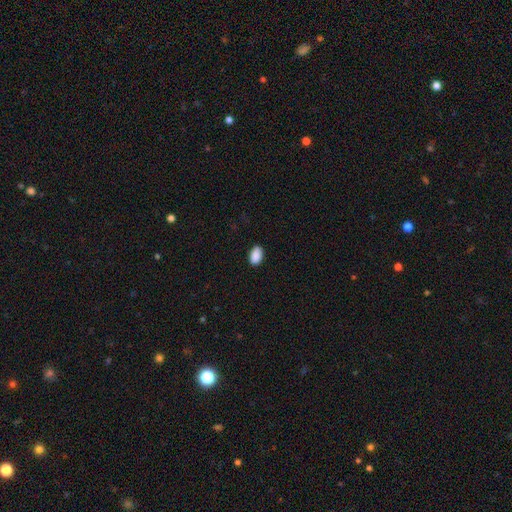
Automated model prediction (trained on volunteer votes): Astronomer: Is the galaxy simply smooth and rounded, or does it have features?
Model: smooth — 90%.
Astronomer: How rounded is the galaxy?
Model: in between — 92%.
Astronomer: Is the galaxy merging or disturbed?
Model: none — 87%.